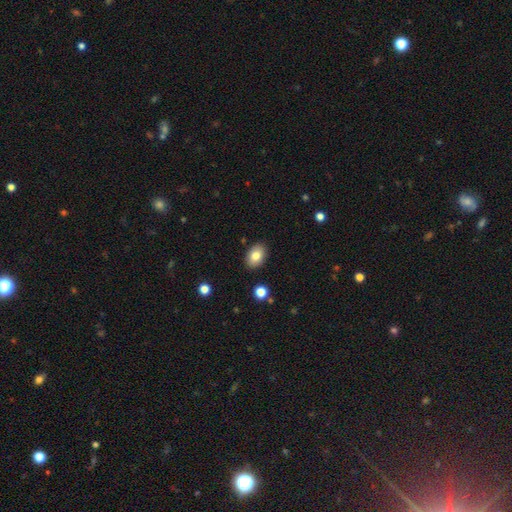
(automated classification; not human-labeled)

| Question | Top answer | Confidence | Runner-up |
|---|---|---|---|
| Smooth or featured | smooth | 83% | featured or disk (9%) |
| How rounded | in between | 85% | round (14%) |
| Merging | none | 88% | minor disturbance (8%) |